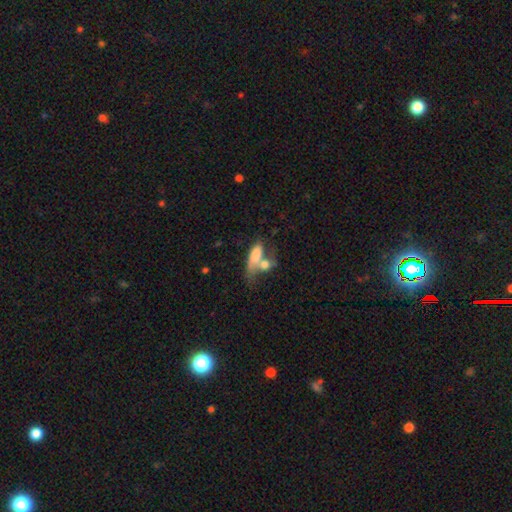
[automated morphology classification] This appears to be a smooth galaxy with no disk features (67%) that is in between round and cigar-shaped (75%). Merging: merger (56%).